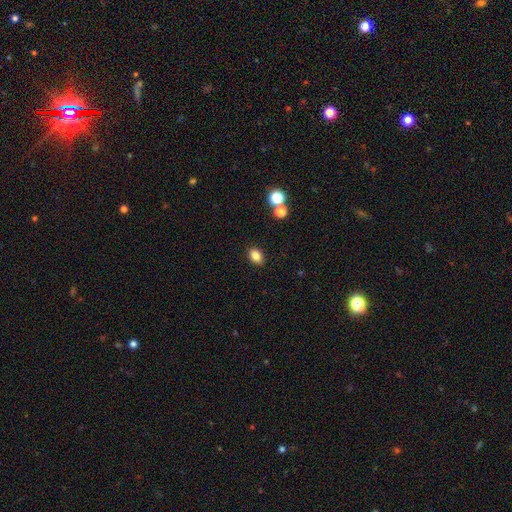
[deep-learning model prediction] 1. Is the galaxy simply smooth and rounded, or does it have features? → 83% smooth, 11% star or artifact, 6% featured or disk.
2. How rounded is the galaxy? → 82% in between, 17% round, 1% cigar-shaped.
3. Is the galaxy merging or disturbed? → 88% none, 8% minor disturbance, 2% merger, 2% major disturbance.